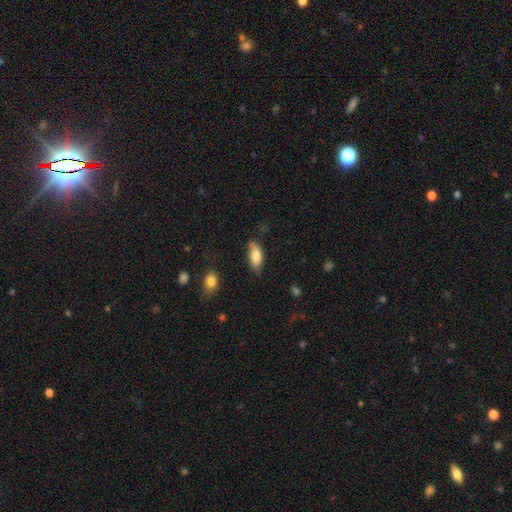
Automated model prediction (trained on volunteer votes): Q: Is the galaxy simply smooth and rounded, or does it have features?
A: smooth — 79%.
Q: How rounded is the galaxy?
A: in between — 80%.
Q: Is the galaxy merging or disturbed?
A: none — 64%.